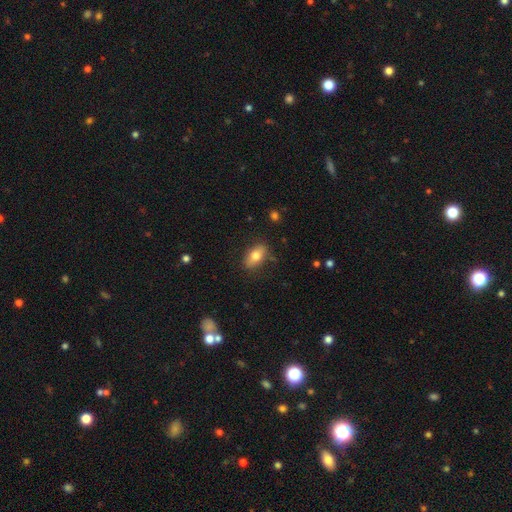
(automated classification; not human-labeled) Morphology: type=smooth (74%); roundness=in between (86%); merging=none (83%).